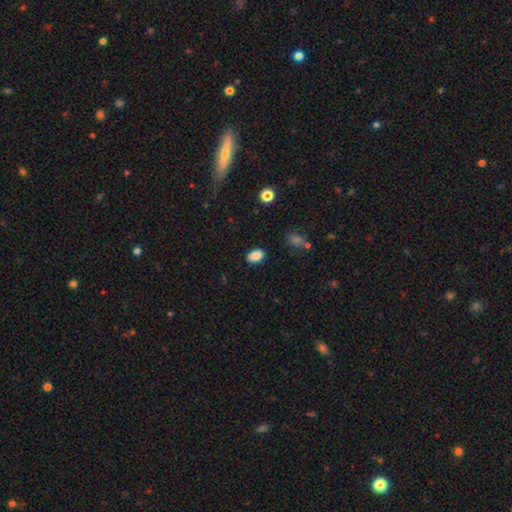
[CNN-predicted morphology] smooth 88%, star or artifact 9%, featured or disk 3%. Down the decision tree: how rounded — in between (87%); merging — none (86%).